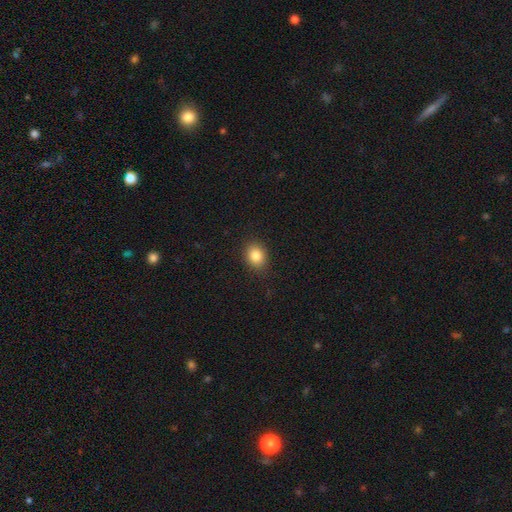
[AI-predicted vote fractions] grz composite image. It shows a smooth galaxy with no disk features (84%) that is in between round and cigar-shaped (51%). Merging: none (87%).